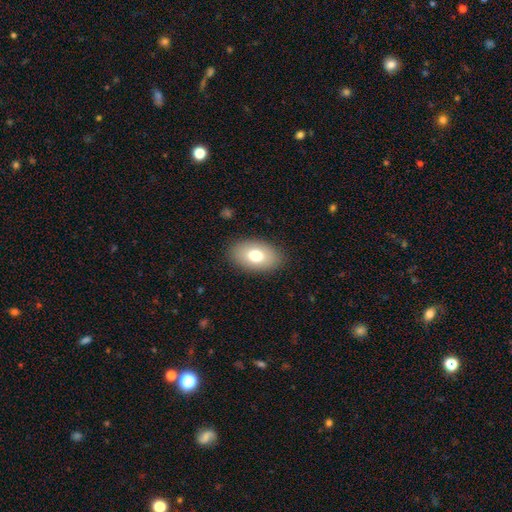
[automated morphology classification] smooth-or-featured: smooth: 76% | featured or disk: 17% | star or artifact: 8%
  how-rounded: in between: 91% | round: 7% | cigar-shaped: 1%
  merging: none: 87% | minor disturbance: 10% | major disturbance: 3% | merger: 1%